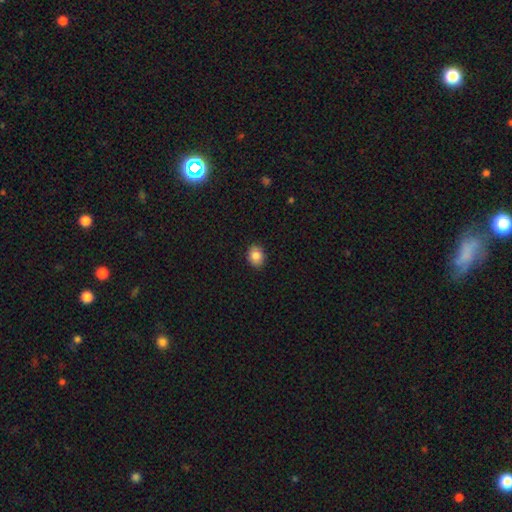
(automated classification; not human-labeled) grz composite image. It shows a smooth galaxy with no disk features (87%) that is in between round and cigar-shaped (54%). Merging: none (89%).